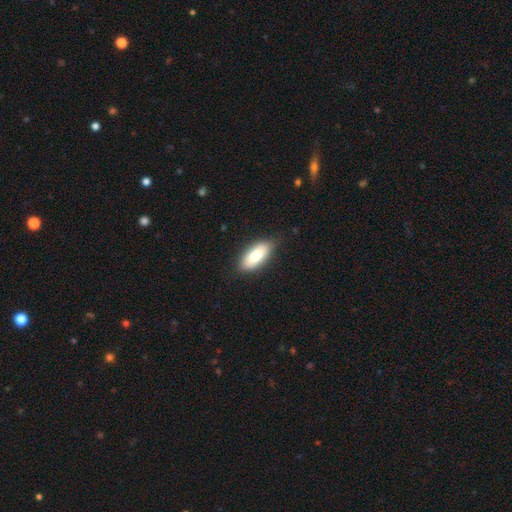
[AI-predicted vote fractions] This appears to be a smooth galaxy with no disk features (77%) that is in between round and cigar-shaped (87%). Merging: none (83%).